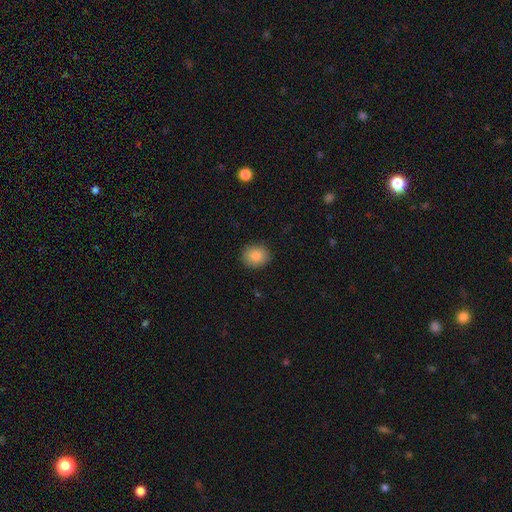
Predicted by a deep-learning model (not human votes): This is clearly a smooth galaxy (85%). How rounded: likely round (72%). Merging: clearly none (90%).